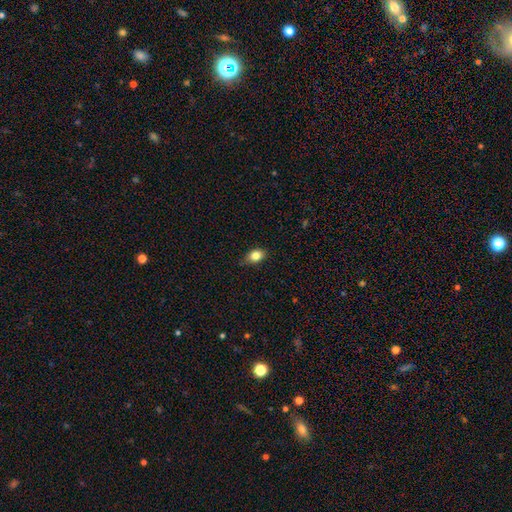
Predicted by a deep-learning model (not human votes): smooth-or-featured: smooth: 83% | star or artifact: 9% | featured or disk: 8%
  how-rounded: in between: 77% | round: 21% | cigar-shaped: 2%
  merging: none: 82% | minor disturbance: 15% | major disturbance: 2% | merger: 1%